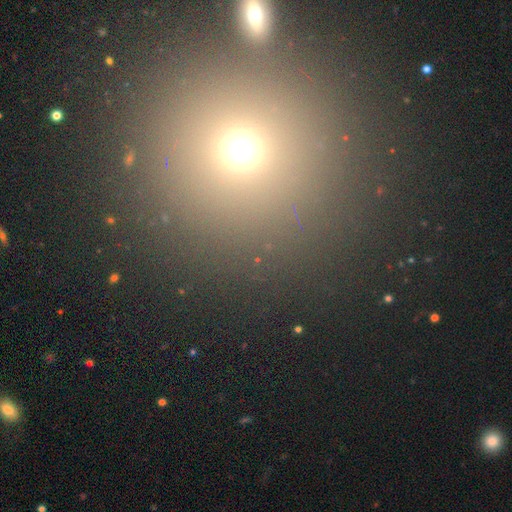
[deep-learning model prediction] This is possibly a smooth galaxy (57%). How rounded: clearly round (94%). Merging: clearly none (83%).